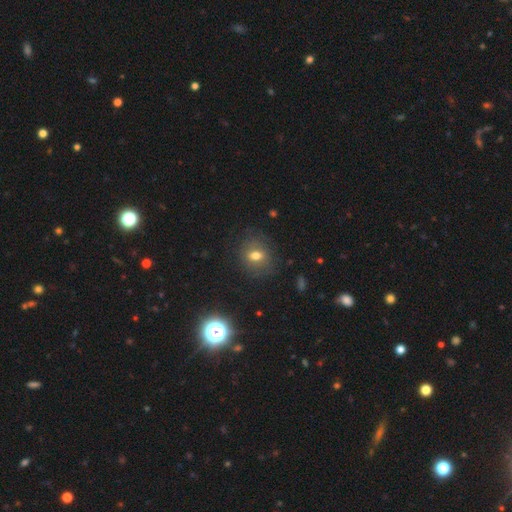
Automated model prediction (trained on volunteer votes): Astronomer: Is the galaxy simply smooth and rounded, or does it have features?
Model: smooth — 66%.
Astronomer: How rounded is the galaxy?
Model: round — 55% (runner-up: in between, 43%).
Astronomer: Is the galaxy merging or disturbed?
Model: none — 78%.